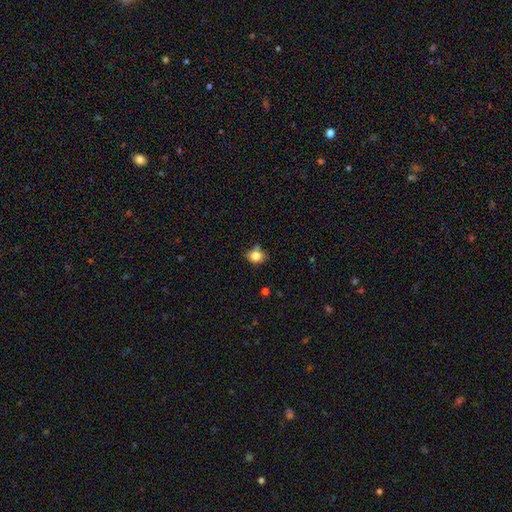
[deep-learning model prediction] smooth-or-featured: smooth: 79% | star or artifact: 11% | featured or disk: 10%
  how-rounded: round: 57% | in between: 42% | cigar-shaped: 1%
  merging: none: 64% | minor disturbance: 23% | merger: 8% | major disturbance: 5%